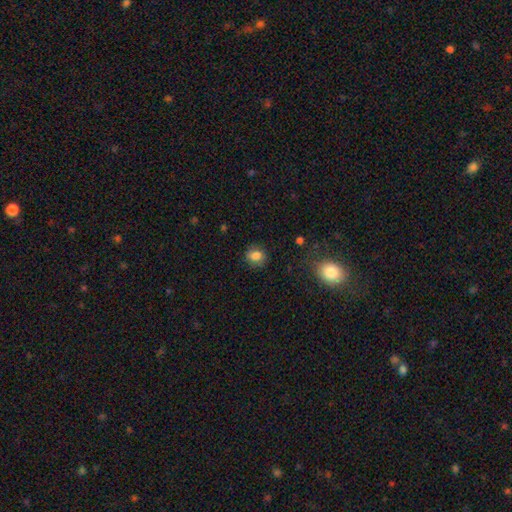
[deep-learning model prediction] The model was most divided on "how rounded": round: 64%, in between: 35%, cigar-shaped: 1%. More confident: smooth or featured — smooth (81%); merging — none (79%).